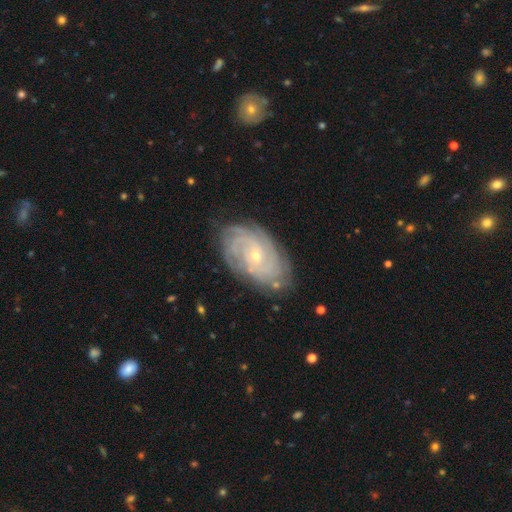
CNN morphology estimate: Smooth or featured?
  - featured or disk: 86% *
  - smooth: 8%
  - star or artifact: 6%
Edge-on disk?
  - no: 96% *
  - yes: 4%
Bar?
  - no: 71% *
  - weak: 23%
  - strong: 6%
Spiral arms?
  - yes: 97% *
  - no: 3%
Spiral winding?
  - tight: 79% *
  - medium: 17%
  - loose: 3%
Spiral arm count?
  - can't tell: 28% *
  - 4: 26%
  - more than 4: 15%
  - 3: 15%
  - 2: 11%
  - 1: 6%
Bulge size?
  - small: 72% *
  - moderate: 25%
  - large: 1%
  - none: 1%
  - dominant: 1%
Merging?
  - none: 79% *
  - minor disturbance: 15%
  - major disturbance: 4%
  - merger: 1%